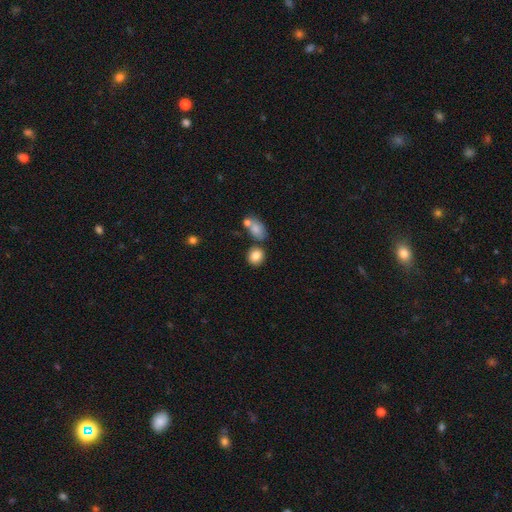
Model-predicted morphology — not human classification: The model was most divided on "how rounded": round: 68%, in between: 31%, cigar-shaped: 1%. More confident: smooth or featured — smooth (83%); merging — none (72%).